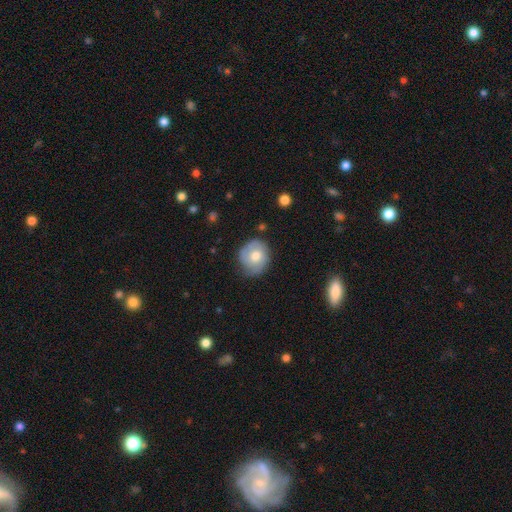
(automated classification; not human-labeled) Morphology: type=smooth (53%); roundness=round (79%); merging=none (69%).